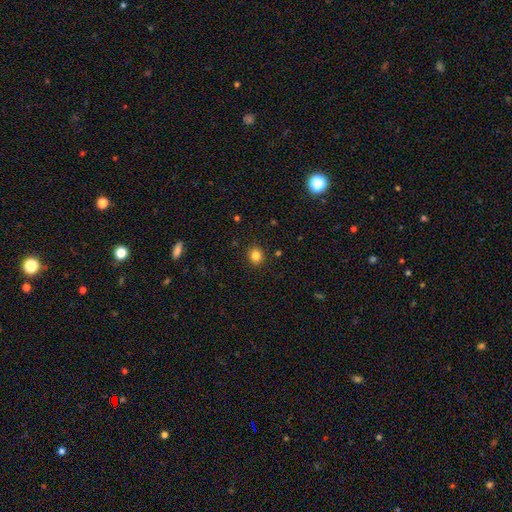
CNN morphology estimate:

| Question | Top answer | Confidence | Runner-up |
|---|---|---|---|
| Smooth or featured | smooth | 84% | star or artifact (11%) |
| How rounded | round | 81% | in between (18%) |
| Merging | none | 90% | minor disturbance (6%) |